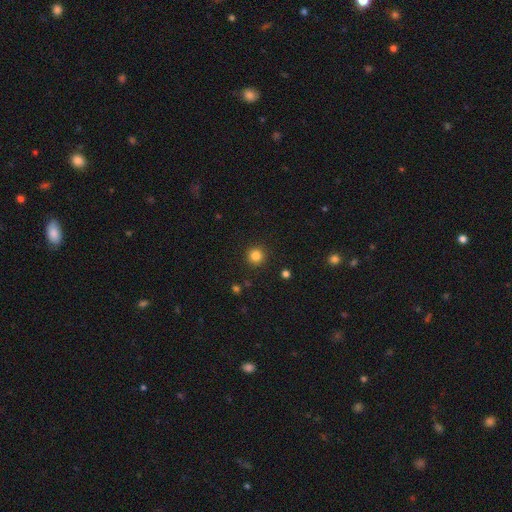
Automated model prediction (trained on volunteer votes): Morphology: type=smooth (83%); roundness=round (95%); merging=none (92%).